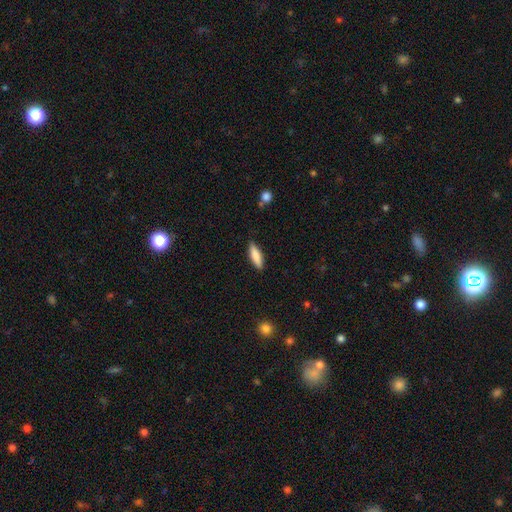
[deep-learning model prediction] Overall: smooth (82%). How rounded: cigar-shaped (55%; in between 43%). Merging: none (86%).